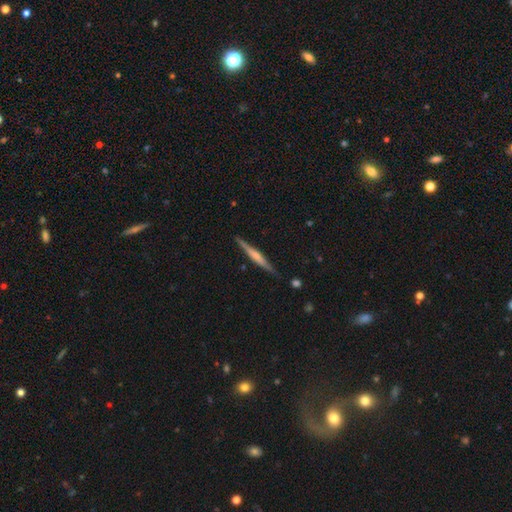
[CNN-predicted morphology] Overall: featured or disk (61%; smooth 33%). Edge-on disk: yes (98%). Edge-on bulge: rounded (41%; none 34%). Merging: none (88%).